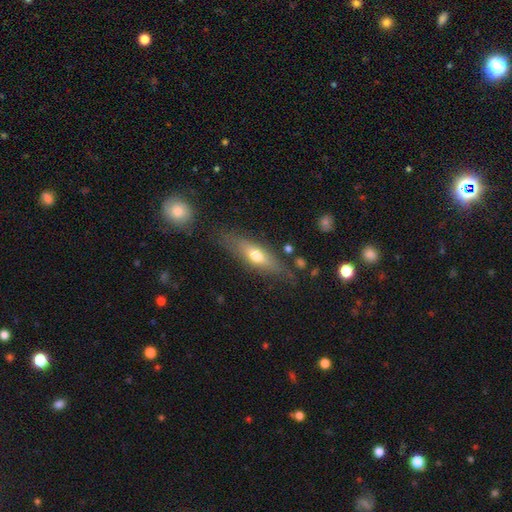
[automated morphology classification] smooth 52%, featured or disk 41%, star or artifact 7%. Down the decision tree: how rounded — cigar-shaped (59%); merging — none (76%).